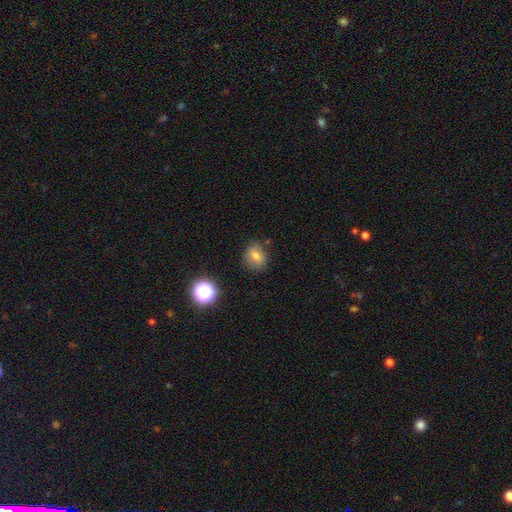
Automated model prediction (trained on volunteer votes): Smooth or featured?
  - smooth: 74% *
  - star or artifact: 14%
  - featured or disk: 12%
How rounded?
  - round: 61% *
  - in between: 38%
  - cigar-shaped: 1%
Merging?
  - none: 78% *
  - minor disturbance: 15%
  - major disturbance: 4%
  - merger: 3%